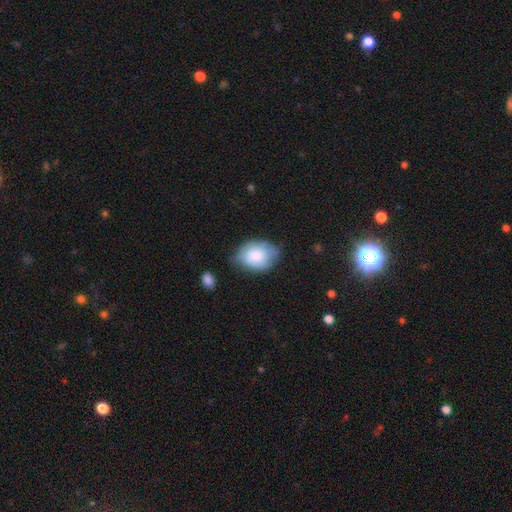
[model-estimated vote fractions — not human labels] Smooth or featured? smooth (76%)
How rounded? in between (76%)
Merging? none (53%)